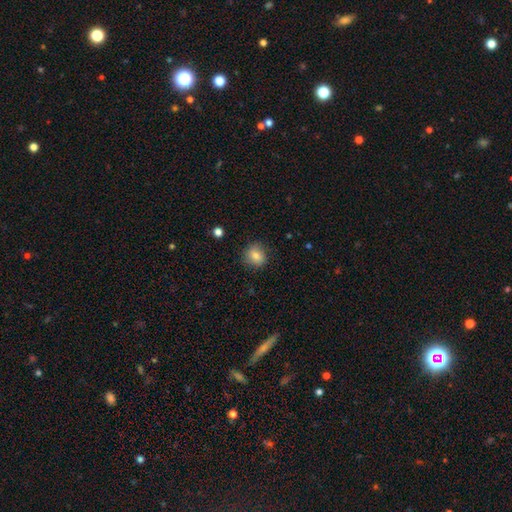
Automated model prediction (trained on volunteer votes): smooth-or-featured: smooth: 82% | star or artifact: 10% | featured or disk: 8%
  how-rounded: round: 82% | in between: 17% | cigar-shaped: 1%
  merging: none: 85% | minor disturbance: 11% | major disturbance: 3% | merger: 1%